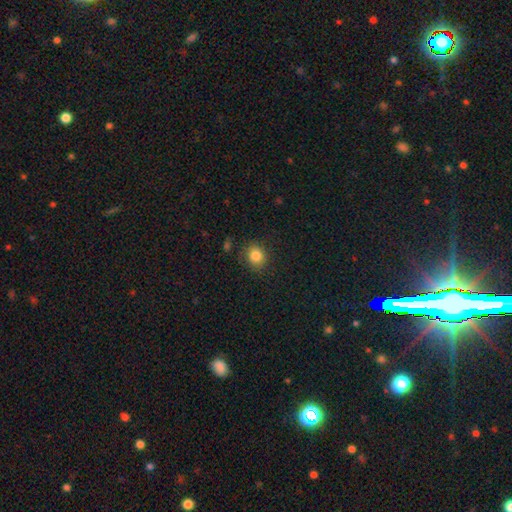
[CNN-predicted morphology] Smooth or featured? smooth (84%)
How rounded? round (78%)
Merging? none (83%)